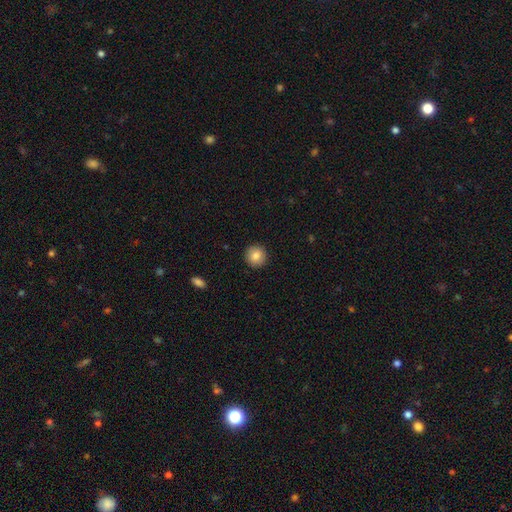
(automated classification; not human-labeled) smooth_or_featured: smooth (p=0.84) [alt: star or artifact p=0.08]
how_rounded: round (p=0.94) [alt: in between p=0.05]
merging: none (p=0.92) [alt: minor disturbance p=0.05]